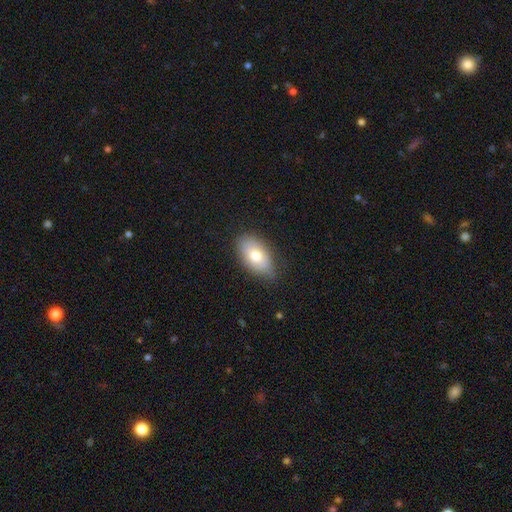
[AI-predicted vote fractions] The model was most divided on "smooth or featured": smooth: 75%, featured or disk: 18%, star or artifact: 7%. More confident: how rounded — in between (92%); merging — none (77%).